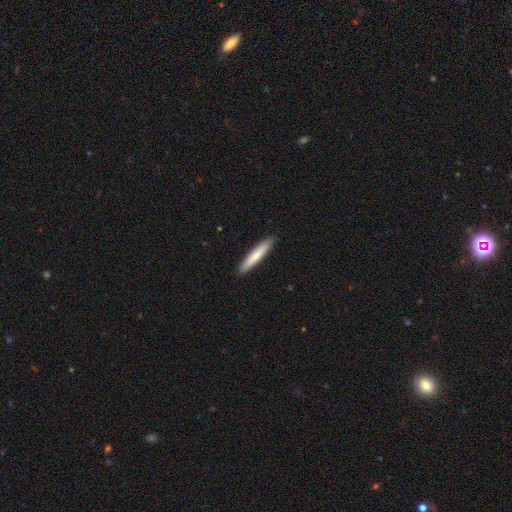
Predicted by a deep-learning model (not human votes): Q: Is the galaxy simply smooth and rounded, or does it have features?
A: smooth — 77%.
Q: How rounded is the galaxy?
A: cigar-shaped — 92%.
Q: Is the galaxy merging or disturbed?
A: none — 90%.